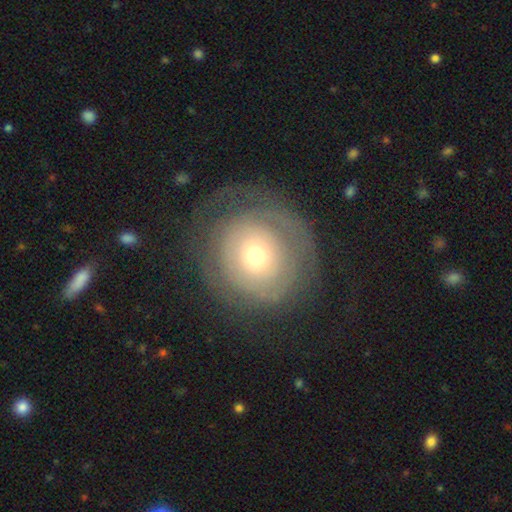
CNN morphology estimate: Smooth or featured? featured or disk (49%)
Merging? none (60%)